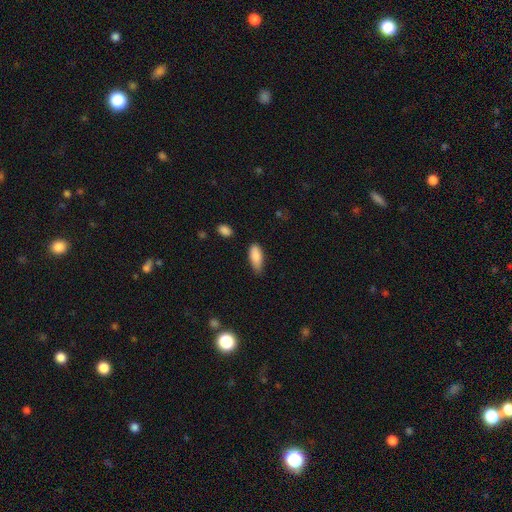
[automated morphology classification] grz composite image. It shows a smooth galaxy with no disk features (87%) that is in between round and cigar-shaped (82%). Merging: none (63%).